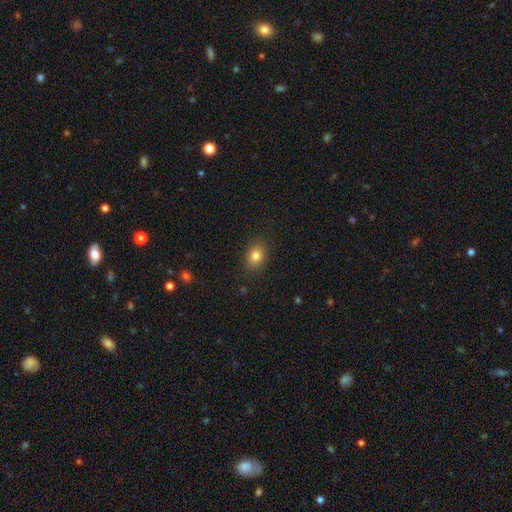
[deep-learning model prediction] Overall: smooth (82%). How rounded: in between (60%; round 38%). Merging: none (86%).